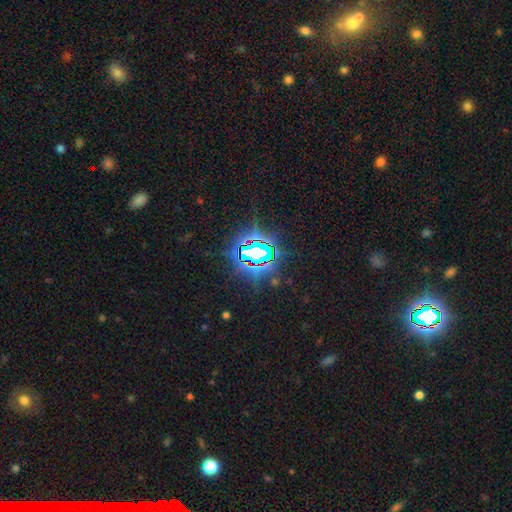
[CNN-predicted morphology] This is clearly a star or artifact rather than a galaxy (81%).